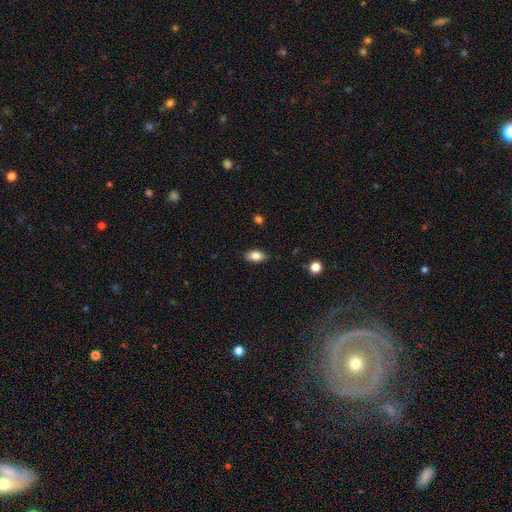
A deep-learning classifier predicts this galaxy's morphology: A smooth galaxy with no disk features (83%) that is in between round and cigar-shaped (91%).

Vote fractions:
- Smooth or featured? smooth: 83% / featured or disk: 9% / star or artifact: 8%
- How rounded? in between: 91% / round: 6% / cigar-shaped: 3%
- Merging? none: 85% / minor disturbance: 11% / major disturbance: 2% / merger: 1%